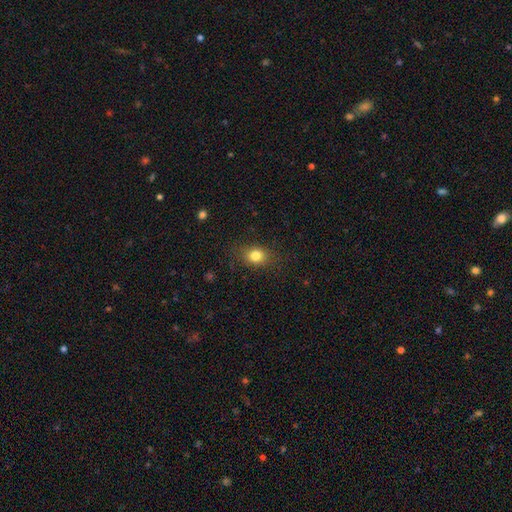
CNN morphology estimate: smooth_or_featured: smooth (p=0.81) [alt: star or artifact p=0.11]
how_rounded: round (p=0.52) [alt: in between p=0.47]
merging: none (p=0.81) [alt: minor disturbance p=0.13]